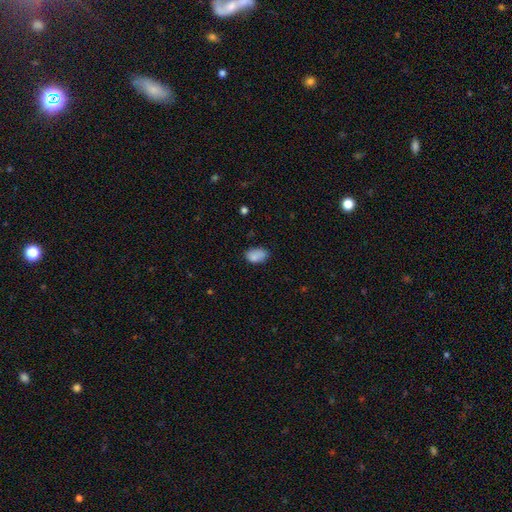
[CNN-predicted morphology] smooth-or-featured: smooth: 86% | star or artifact: 8% | featured or disk: 6%
  how-rounded: in between: 89% | round: 10% | cigar-shaped: 1%
  merging: none: 70% | minor disturbance: 23% | major disturbance: 4% | merger: 3%